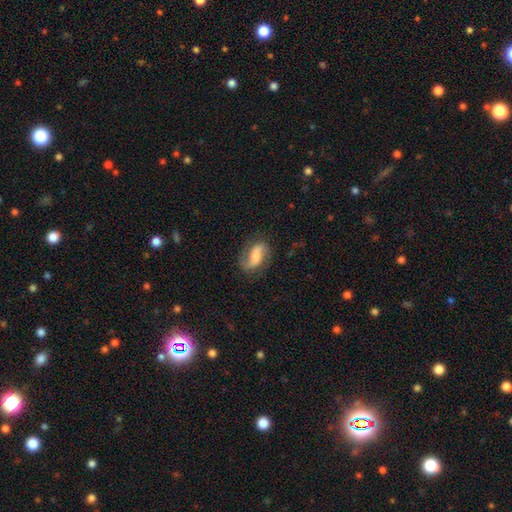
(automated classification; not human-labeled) A featured or disk galaxy (72%) with a weak bar (40%), 2 (86%) loose (48%) spiral arms (93%) and a moderate central bulge (41%).

Vote fractions:
- Smooth or featured? featured or disk: 72% / smooth: 21% / star or artifact: 7%
- Edge-on disk? no: 96% / yes: 4%
- Bar? weak: 40% / no: 34% / strong: 26%
- Spiral arms? yes: 93% / no: 7%
- Spiral winding? loose: 48% / medium: 37% / tight: 14%
- Spiral arm count? 2: 86% / 1: 7% / can't tell: 4% / 3: 1% / 4: 1% / more than 4: 1%
- Bulge size? moderate: 41% / small: 30% / large: 16% / none: 11% / dominant: 3%
- Merging? none: 75% / minor disturbance: 16% / major disturbance: 8% / merger: 1%